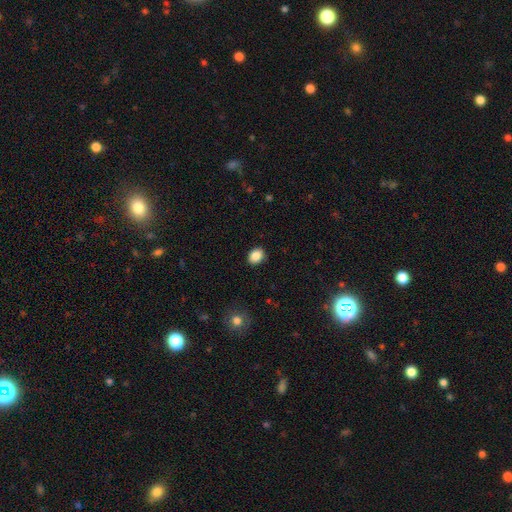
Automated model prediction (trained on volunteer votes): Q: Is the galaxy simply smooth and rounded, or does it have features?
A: smooth — 87%.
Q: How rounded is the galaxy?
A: in between — 54%.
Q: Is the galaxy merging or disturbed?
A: none — 89%.